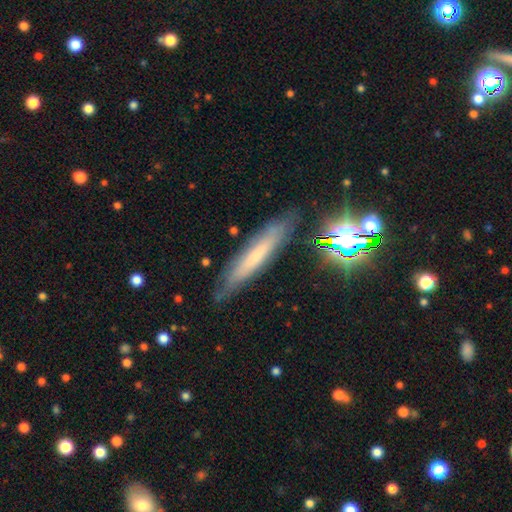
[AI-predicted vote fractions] Overall: smooth (48%; featured or disk 38%). Merging: none (81%).